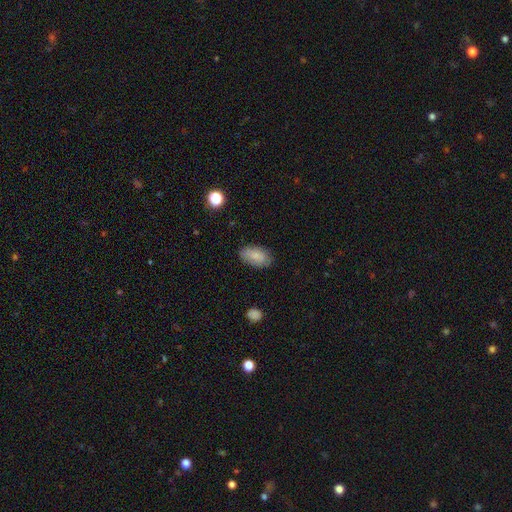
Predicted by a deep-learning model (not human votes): Smooth or featured? smooth (79%)
How rounded? in between (93%)
Merging? none (79%)